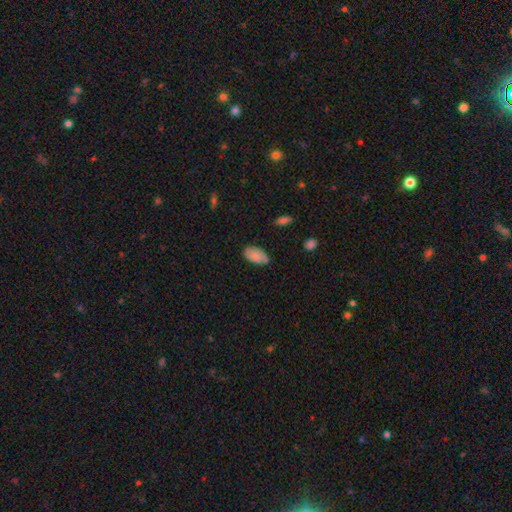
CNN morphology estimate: smooth_or_featured: smooth (p=0.82) [alt: featured or disk p=0.10]
how_rounded: in between (p=0.94) [alt: round p=0.03]
merging: none (p=0.68) [alt: minor disturbance p=0.25]